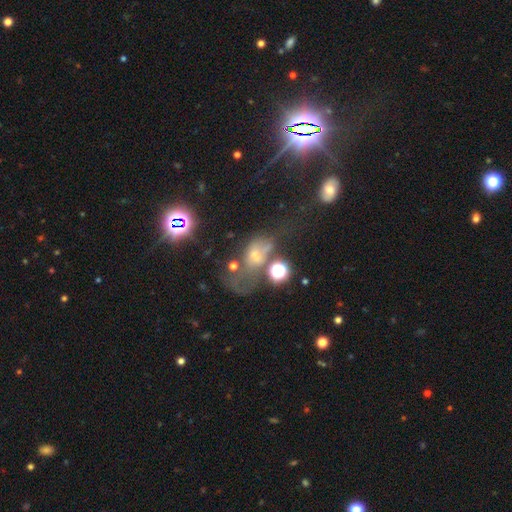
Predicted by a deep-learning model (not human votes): Smooth or featured? smooth (40%)
Merging? major disturbance (41%)